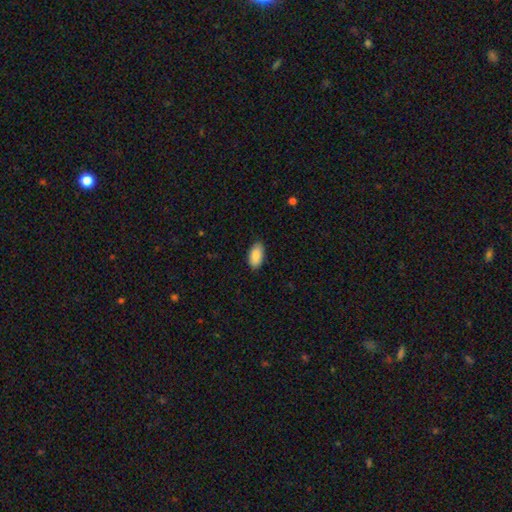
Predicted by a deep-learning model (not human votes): Q: Smooth or featured?
A: smooth (89%); runner-up: star or artifact (6%)
Q: How rounded?
A: in between (95%); runner-up: round (2%)
Q: Merging?
A: none (87%); runner-up: minor disturbance (11%)